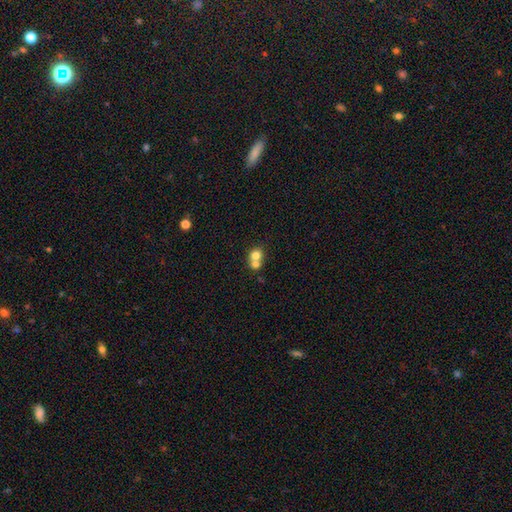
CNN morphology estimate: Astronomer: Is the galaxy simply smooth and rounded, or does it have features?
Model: smooth — 75%.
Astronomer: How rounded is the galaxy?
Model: round — 79%.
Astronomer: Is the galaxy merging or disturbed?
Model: merger — 62%.